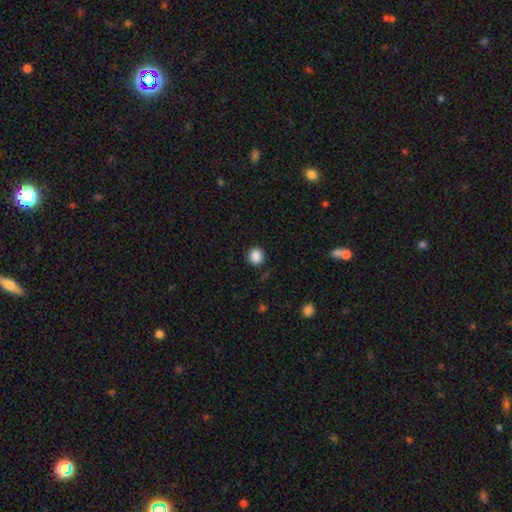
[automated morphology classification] smooth 87%, star or artifact 10%, featured or disk 3%. Down the decision tree: how rounded — round (91%); merging — none (89%).